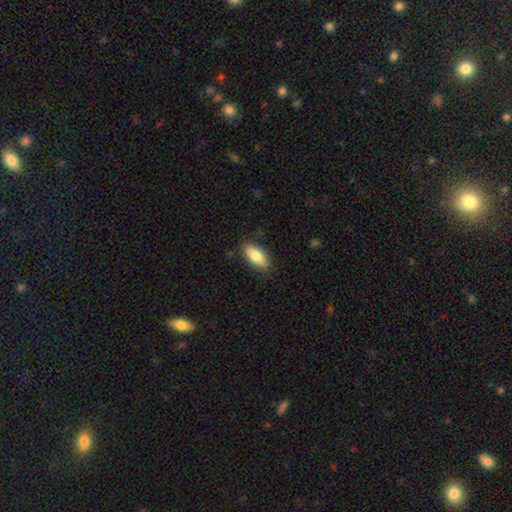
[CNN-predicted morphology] Overall: smooth (80%). How rounded: in between (85%). Merging: none (85%).